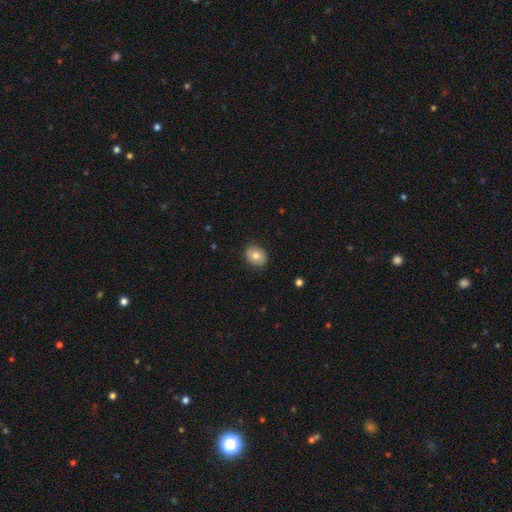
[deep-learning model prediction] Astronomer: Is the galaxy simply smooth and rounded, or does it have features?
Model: smooth — 76%.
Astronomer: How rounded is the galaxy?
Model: in between — 51% (runner-up: round, 48%).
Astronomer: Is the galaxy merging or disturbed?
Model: none — 86%.